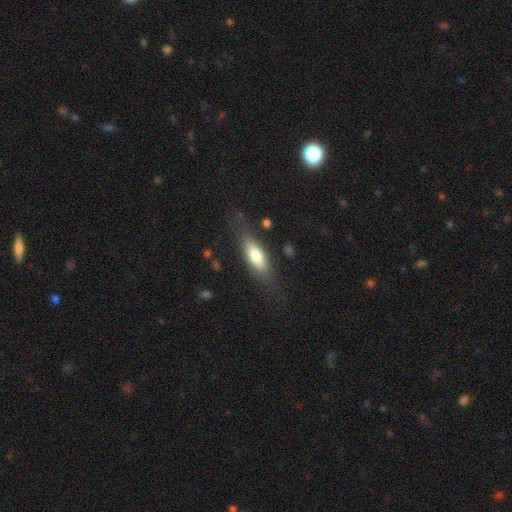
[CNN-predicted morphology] Smooth or featured?
  - smooth: 71% *
  - featured or disk: 23%
  - star or artifact: 6%
How rounded?
  - in between: 59% *
  - cigar-shaped: 39%
  - round: 2%
Merging?
  - none: 77% *
  - minor disturbance: 15%
  - major disturbance: 6%
  - merger: 2%